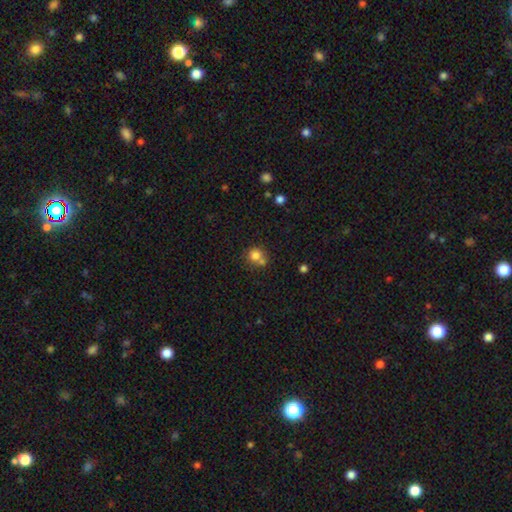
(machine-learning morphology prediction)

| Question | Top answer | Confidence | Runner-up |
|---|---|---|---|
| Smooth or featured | smooth | 78% | star or artifact (12%) |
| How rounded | round | 86% | in between (13%) |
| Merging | none | 50% | merger (36%) |